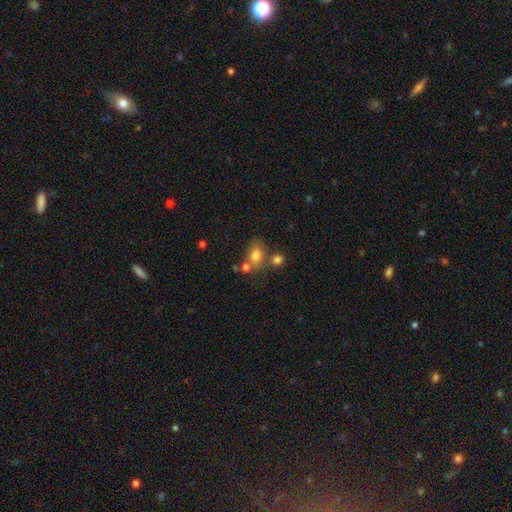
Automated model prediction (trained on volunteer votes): Overall: smooth (77%). How rounded: in between (67%; round 31%). Merging: none (55%; merger 25%).